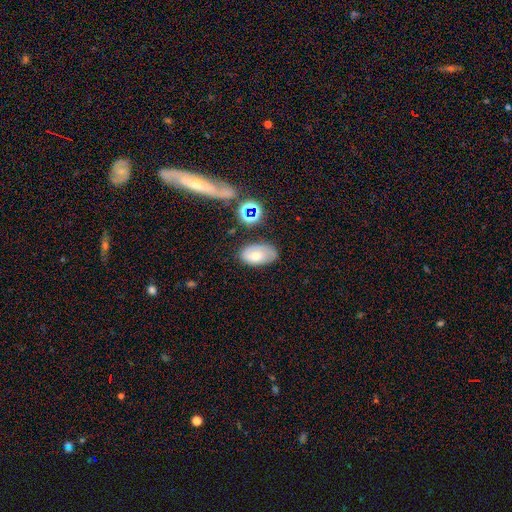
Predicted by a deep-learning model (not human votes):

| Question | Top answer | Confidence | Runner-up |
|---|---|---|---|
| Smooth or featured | smooth | 58% | featured or disk (30%) |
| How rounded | in between | 90% | round (7%) |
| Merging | none | 67% | minor disturbance (20%) |